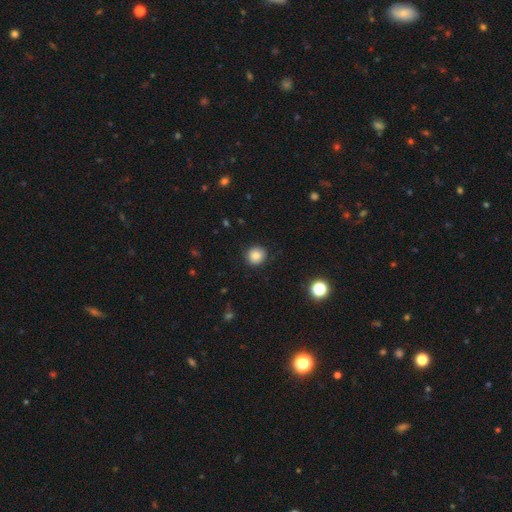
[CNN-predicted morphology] smooth_or_featured: smooth (p=0.85) [alt: star or artifact p=0.10]
how_rounded: round (p=0.88) [alt: in between p=0.11]
merging: none (p=0.89) [alt: minor disturbance p=0.07]